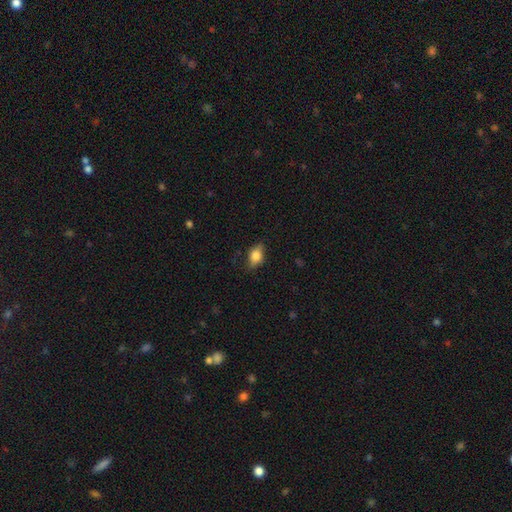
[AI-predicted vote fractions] This is likely a smooth galaxy (79%). How rounded: clearly in between (83%). Merging: likely none (78%).